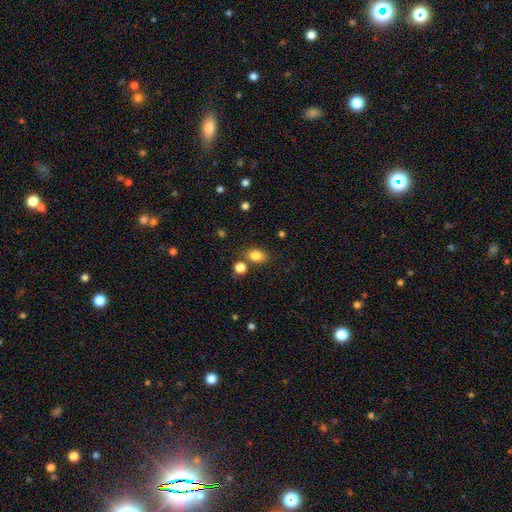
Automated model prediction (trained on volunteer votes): Smooth or featured? Predicted: smooth (p=0.82). How rounded? Predicted: in between (p=0.75). Merging? Predicted: none (p=0.72).